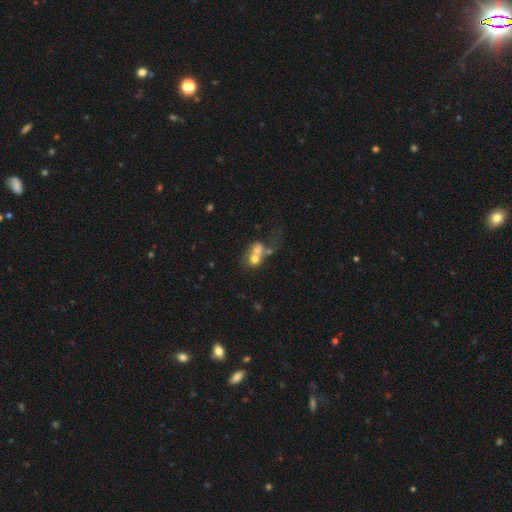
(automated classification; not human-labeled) smooth_or_featured: smooth (p=0.57) [alt: featured or disk p=0.31]
how_rounded: round (p=0.64) [alt: in between p=0.34]
merging: merger (p=0.69) [alt: none p=0.15]